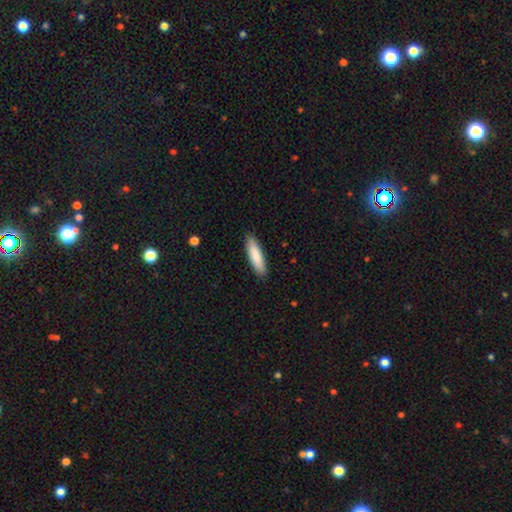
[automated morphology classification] This is clearly a smooth galaxy (86%). How rounded: likely cigar-shaped (73%). Merging: clearly none (90%).